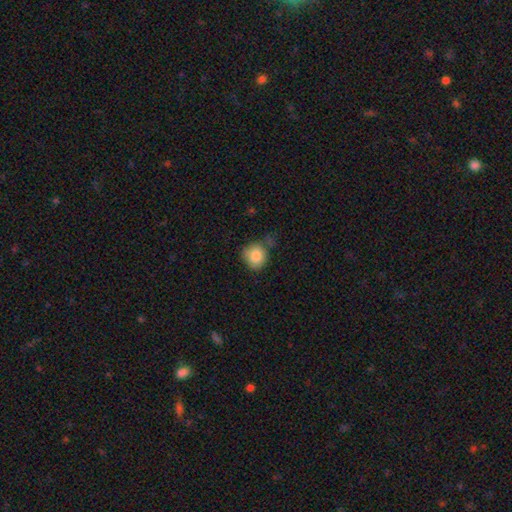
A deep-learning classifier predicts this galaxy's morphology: Overall: smooth (85%). How rounded: round (82%). Merging: none (62%; minor disturbance 25%).